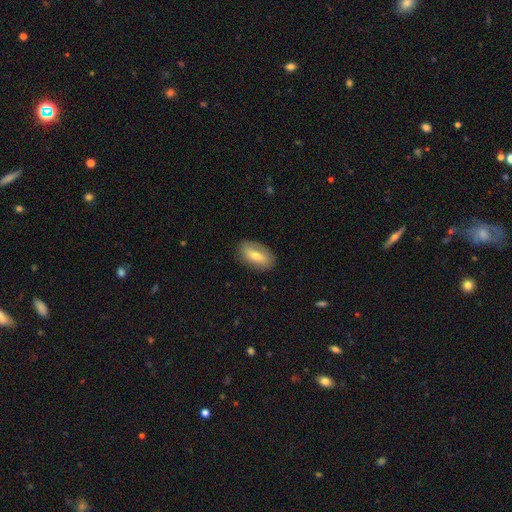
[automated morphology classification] This is possibly a smooth galaxy (58%). How rounded: clearly in between (88%). Merging: clearly none (83%).